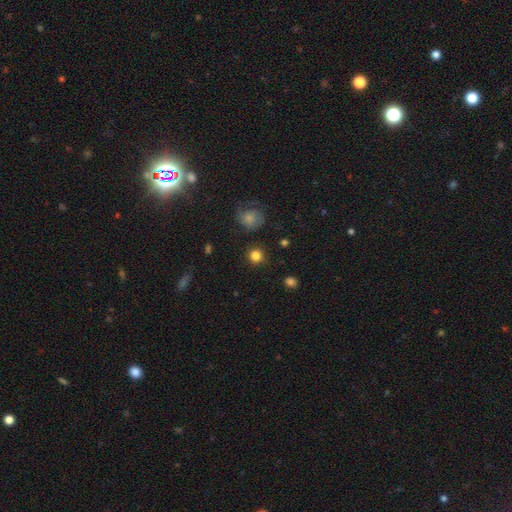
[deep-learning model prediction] A smooth galaxy with no disk features (83%) that is round (93%). Merging: none (87%).